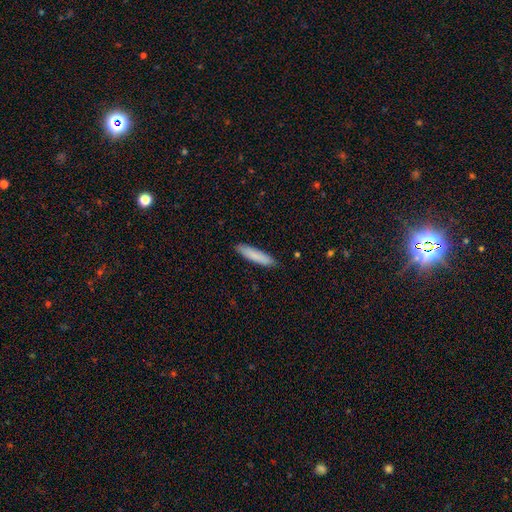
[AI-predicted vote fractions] Morphology: type=smooth (85%); roundness=cigar-shaped (82%); merging=none (89%).